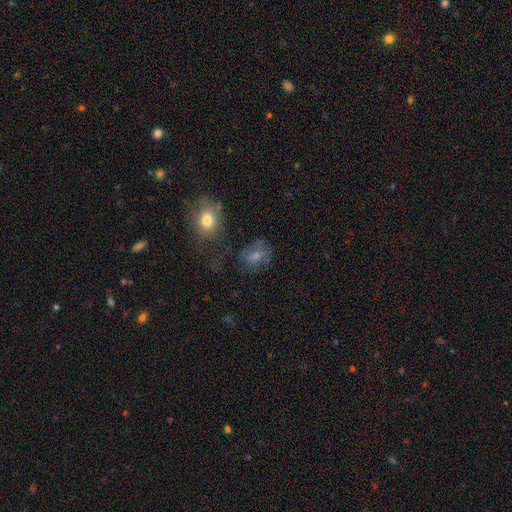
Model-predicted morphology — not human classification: Smooth or featured? Predicted: smooth (p=0.69). How rounded? Predicted: in between (p=0.69). Merging? Predicted: none (p=0.59).